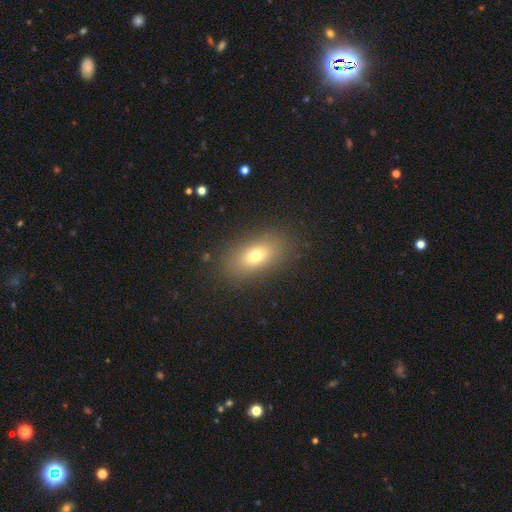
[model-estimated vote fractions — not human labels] Q: Smooth or featured?
A: smooth (71%); runner-up: featured or disk (16%)
Q: How rounded?
A: in between (82%); runner-up: round (12%)
Q: Merging?
A: none (86%); runner-up: minor disturbance (9%)